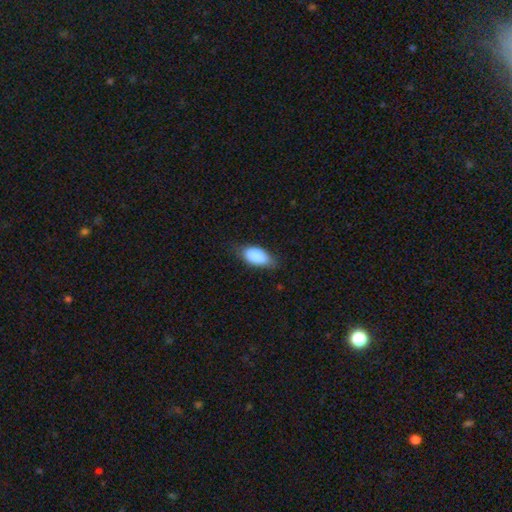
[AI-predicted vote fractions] smooth 86%, featured or disk 8%, star or artifact 7%. Down the decision tree: how rounded — in between (89%); merging — none (65%).